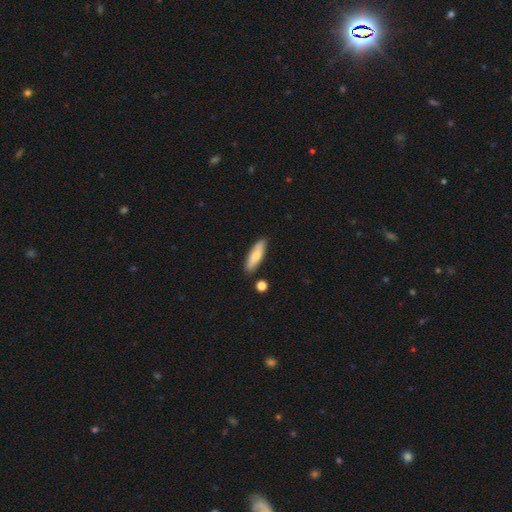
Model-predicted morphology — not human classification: This appears to be a smooth galaxy with no disk features (74%) that is cigar-shaped (54%). Merging: none (83%).